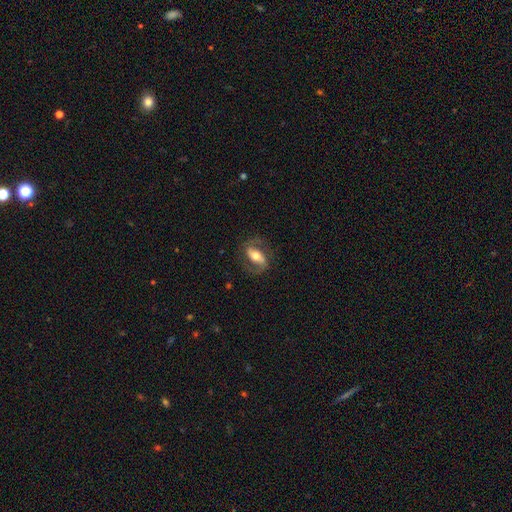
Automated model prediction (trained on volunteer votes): Smooth or featured: featured or disk — 67% (smooth — 27%)
Edge-on disk: no — 91% (yes — 9%)
Bar: strong — 48% (weak — 27%)
Spiral arms: yes — 83% (no — 17%)
Spiral winding: medium — 47% (loose — 33%)
Spiral arm count: 2 — 87% (can't tell — 6%)
Bulge size: moderate — 67% (large — 17%)
Merging: none — 73% (minor disturbance — 15%)